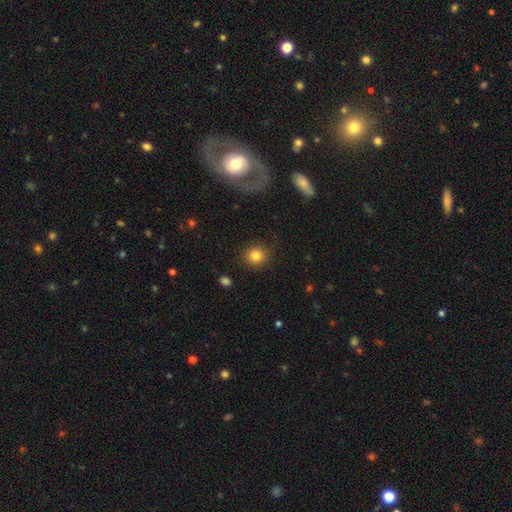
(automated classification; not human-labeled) smooth 83%, star or artifact 10%, featured or disk 6%. Down the decision tree: how rounded — round (89%); merging — none (89%).